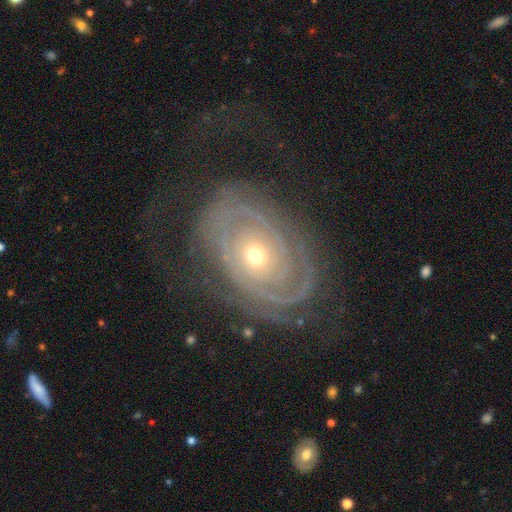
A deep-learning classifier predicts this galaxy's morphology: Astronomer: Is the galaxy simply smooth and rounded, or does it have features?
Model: featured or disk — 86%.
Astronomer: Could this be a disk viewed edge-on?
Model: no — 95%.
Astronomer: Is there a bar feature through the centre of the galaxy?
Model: no — 84%.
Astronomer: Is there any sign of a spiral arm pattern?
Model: yes — 92%.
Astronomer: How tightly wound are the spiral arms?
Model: tight — 78%.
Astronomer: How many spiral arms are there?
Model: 2 — 34% (runner-up: can't tell, 30%).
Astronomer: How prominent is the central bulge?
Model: small — 56% (runner-up: moderate, 40%).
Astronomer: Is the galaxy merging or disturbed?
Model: none — 72%.